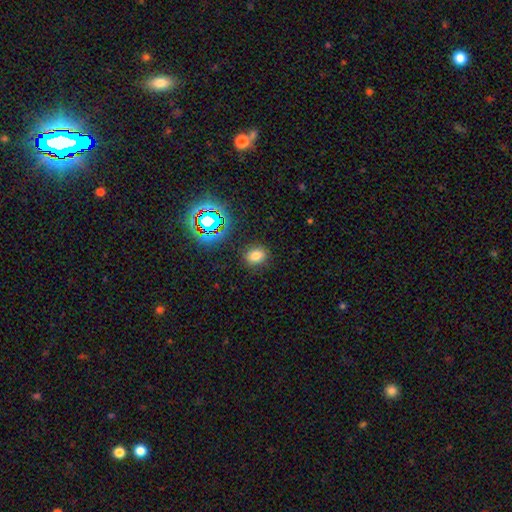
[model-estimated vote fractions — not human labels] smooth-or-featured: smooth: 72% | star or artifact: 20% | featured or disk: 8%
  how-rounded: in between: 50% | round: 49% | cigar-shaped: 1%
  merging: none: 86% | minor disturbance: 9% | major disturbance: 3% | merger: 2%